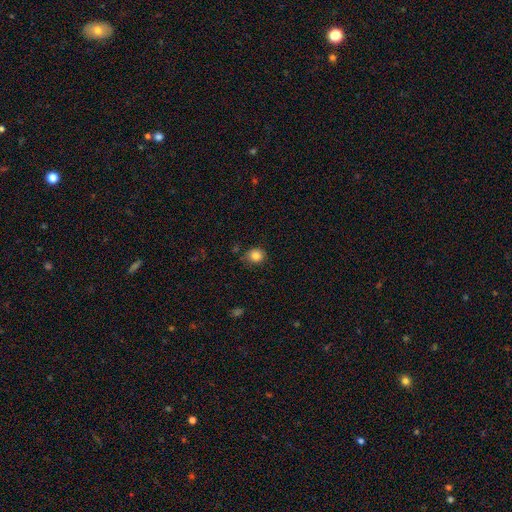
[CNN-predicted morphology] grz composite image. It shows a smooth galaxy with no disk features (84%) that is round (77%). Merging: none (78%).